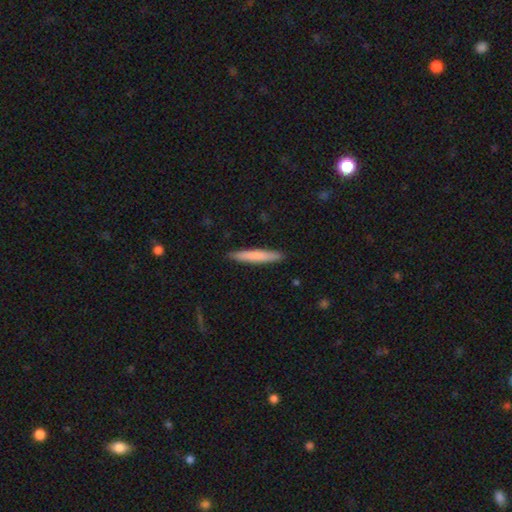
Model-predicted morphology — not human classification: This appears to be a smooth galaxy with no disk features (76%) that is cigar-shaped (94%). Merging: none (91%).